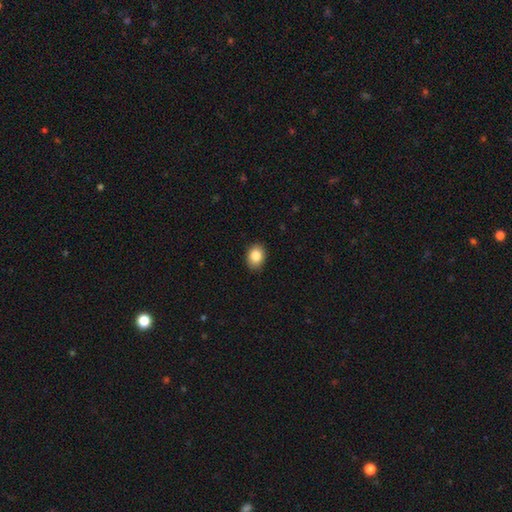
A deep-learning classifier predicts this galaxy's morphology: Overall: smooth (86%). How rounded: in between (62%; round 38%). Merging: none (89%).